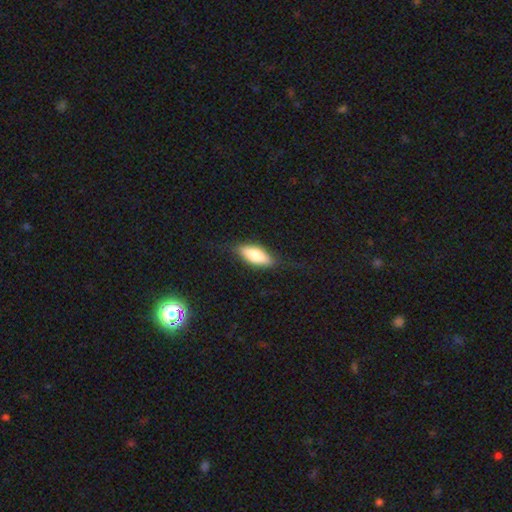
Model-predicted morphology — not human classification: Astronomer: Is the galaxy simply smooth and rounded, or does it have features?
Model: smooth — 68%.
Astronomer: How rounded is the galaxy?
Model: in between — 72%.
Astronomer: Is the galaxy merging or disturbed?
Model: none — 76%.